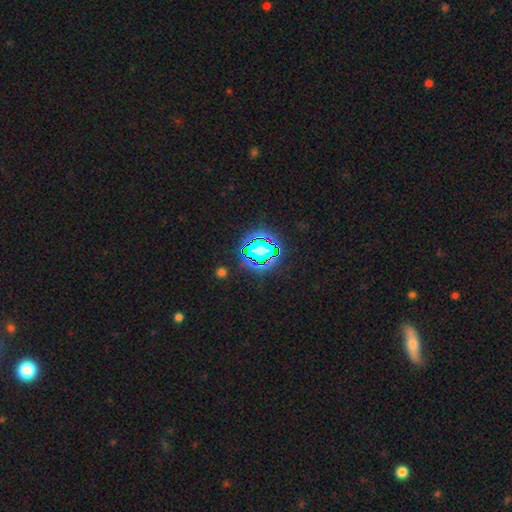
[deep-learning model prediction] The model was most divided on "smooth or featured": star or artifact: 78%, smooth: 15%, featured or disk: 7%.